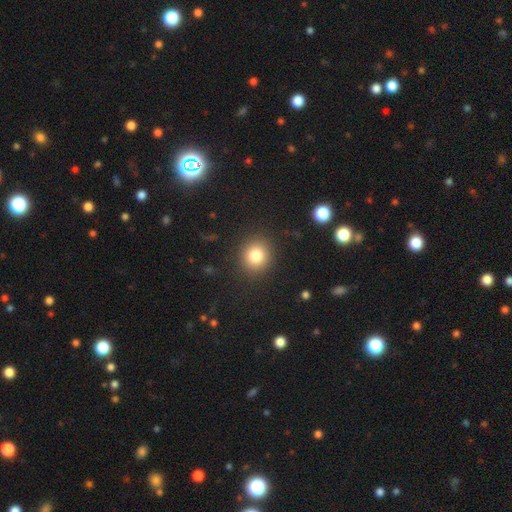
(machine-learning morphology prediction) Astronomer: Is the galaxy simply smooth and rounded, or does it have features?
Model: smooth — 82%.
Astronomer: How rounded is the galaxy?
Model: round — 84%.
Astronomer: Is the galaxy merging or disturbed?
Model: none — 89%.